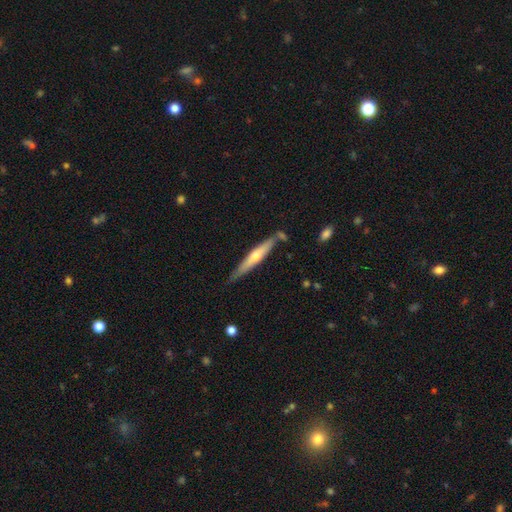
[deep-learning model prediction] Smooth or featured? featured or disk (53%)
Edge-on disk? yes (91%)
Merging? none (73%)